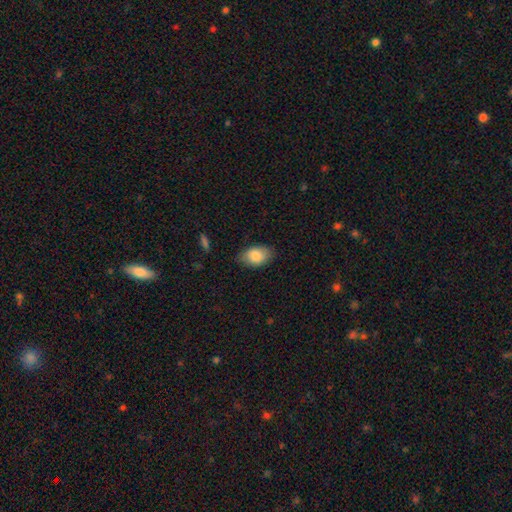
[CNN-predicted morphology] smooth_or_featured: smooth (p=0.85) [alt: featured or disk p=0.08]
how_rounded: in between (p=0.89) [alt: round p=0.10]
merging: none (p=0.80) [alt: minor disturbance p=0.16]